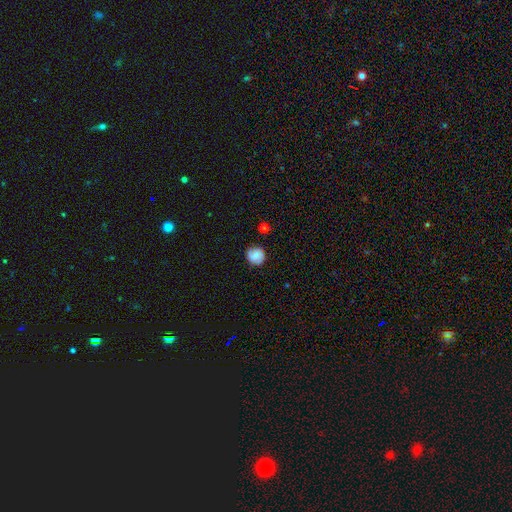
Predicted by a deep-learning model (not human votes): A smooth galaxy with no disk features (49%).

Vote fractions:
- Smooth or featured? smooth: 49% / featured or disk: 43% / star or artifact: 8%
- Merging? none: 79% / minor disturbance: 16% / major disturbance: 4% / merger: 2%